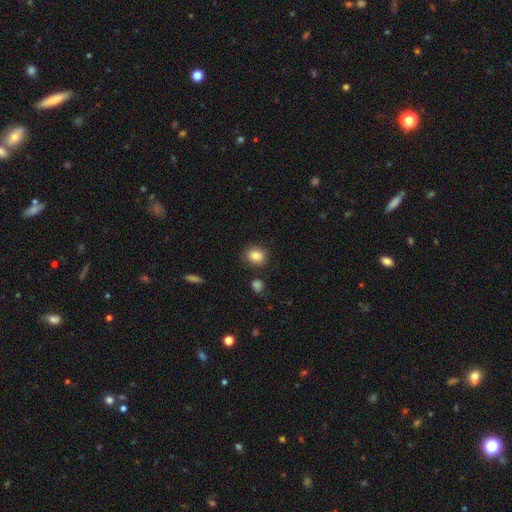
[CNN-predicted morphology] Q: Smooth or featured?
A: smooth (84%); runner-up: star or artifact (9%)
Q: How rounded?
A: round (64%); runner-up: in between (35%)
Q: Merging?
A: none (84%); runner-up: minor disturbance (10%)